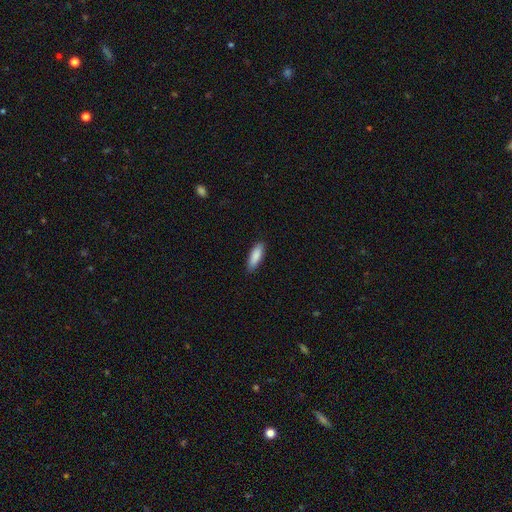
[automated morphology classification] smooth-or-featured: smooth: 89% | featured or disk: 6% | star or artifact: 6%
  how-rounded: in between: 56% | cigar-shaped: 43% | round: 2%
  merging: none: 88% | minor disturbance: 9% | major disturbance: 2% | merger: 1%